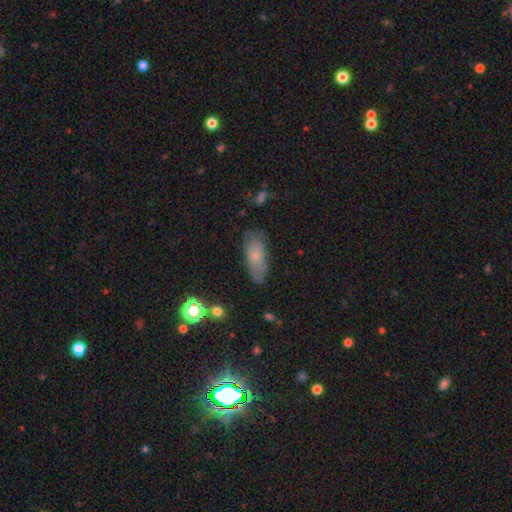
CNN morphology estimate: The model was most divided on "smooth or featured": smooth: 60%, featured or disk: 30%, star or artifact: 11%. More confident: how rounded — in between (82%); merging — none (67%).